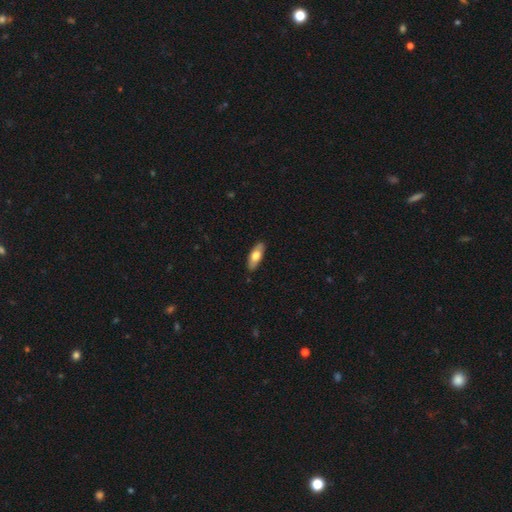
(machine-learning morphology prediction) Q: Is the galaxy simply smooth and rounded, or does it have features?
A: smooth — 68%.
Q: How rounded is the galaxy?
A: in between — 72%.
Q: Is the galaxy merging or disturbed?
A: none — 87%.